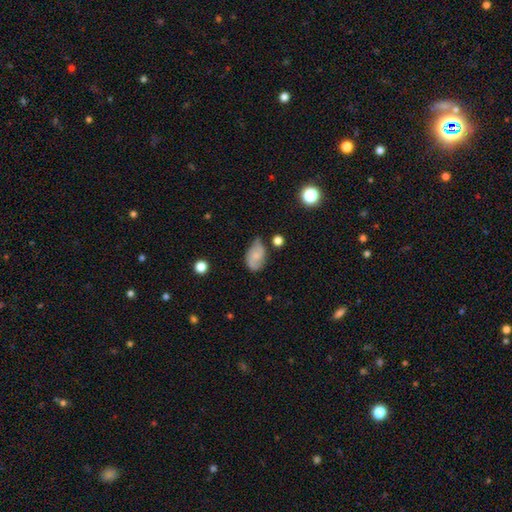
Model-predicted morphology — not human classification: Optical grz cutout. It shows a smooth galaxy with no disk features (54%) that is in between round and cigar-shaped (87%). Merging: none (51%).